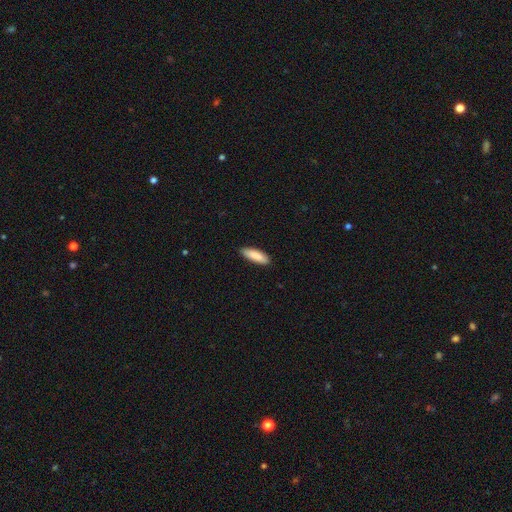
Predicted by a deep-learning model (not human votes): Smooth or featured?
  - smooth: 88% *
  - featured or disk: 6%
  - star or artifact: 5%
How rounded?
  - cigar-shaped: 50% *
  - in between: 48%
  - round: 1%
Merging?
  - none: 89% *
  - minor disturbance: 9%
  - major disturbance: 2%
  - merger: 1%